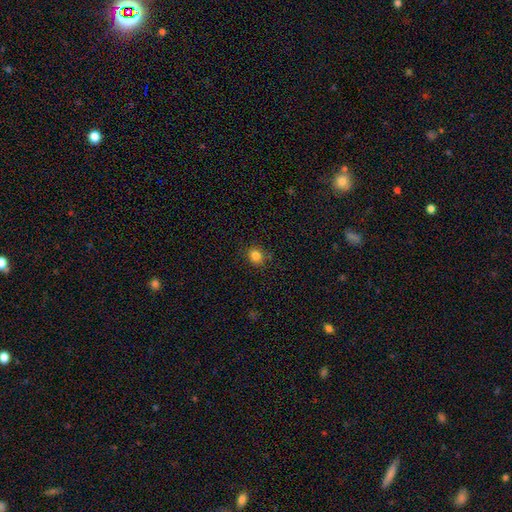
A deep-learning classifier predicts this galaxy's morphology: A smooth galaxy with no disk features (84%) that is round (64%). Merging: none (85%).